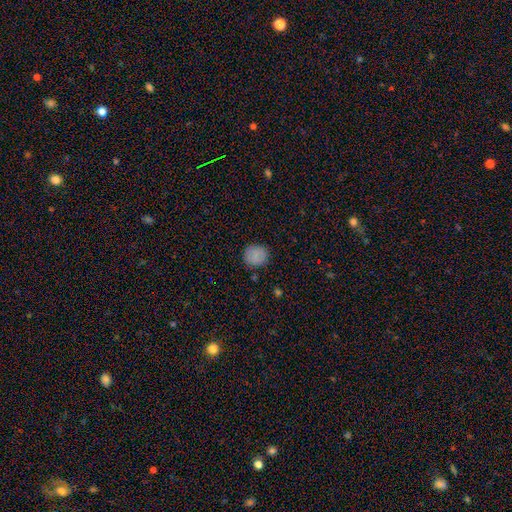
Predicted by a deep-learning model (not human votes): A smooth galaxy with no disk features (84%) that is round (88%).

Vote fractions:
- Smooth or featured? smooth: 84% / star or artifact: 10% / featured or disk: 6%
- How rounded? round: 88% / in between: 11% / cigar-shaped: 1%
- Merging? none: 88% / minor disturbance: 9% / major disturbance: 2% / merger: 1%